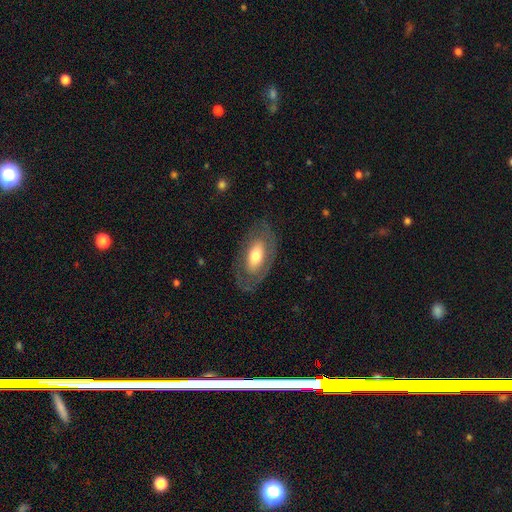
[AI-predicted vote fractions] smooth-or-featured: featured or disk: 49% | smooth: 45% | star or artifact: 6%
  merging: none: 76% | minor disturbance: 15% | major disturbance: 9% | merger: 1%